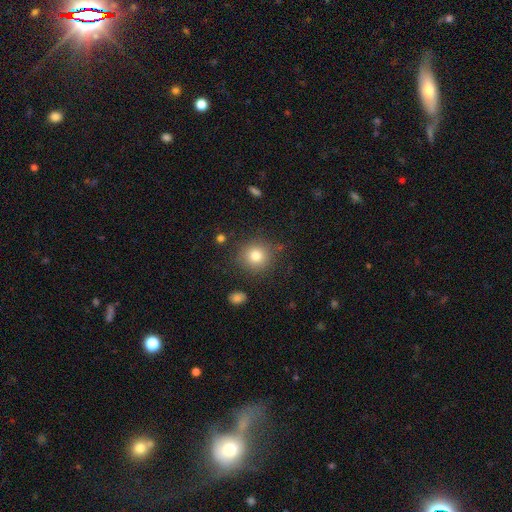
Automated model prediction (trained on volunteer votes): Smooth or featured?
  - smooth: 80% *
  - star or artifact: 11%
  - featured or disk: 9%
How rounded?
  - round: 90% *
  - in between: 9%
  - cigar-shaped: 1%
Merging?
  - none: 85% *
  - minor disturbance: 9%
  - major disturbance: 3%
  - merger: 2%